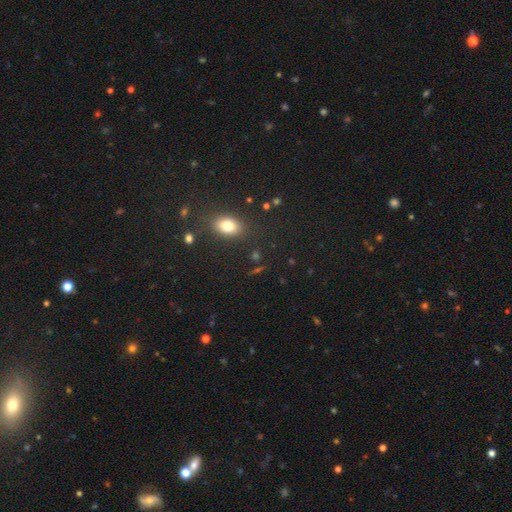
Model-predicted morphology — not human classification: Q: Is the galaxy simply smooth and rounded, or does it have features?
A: smooth — 73%.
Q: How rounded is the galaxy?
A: in between — 71%.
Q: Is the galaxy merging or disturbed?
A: none — 85%.